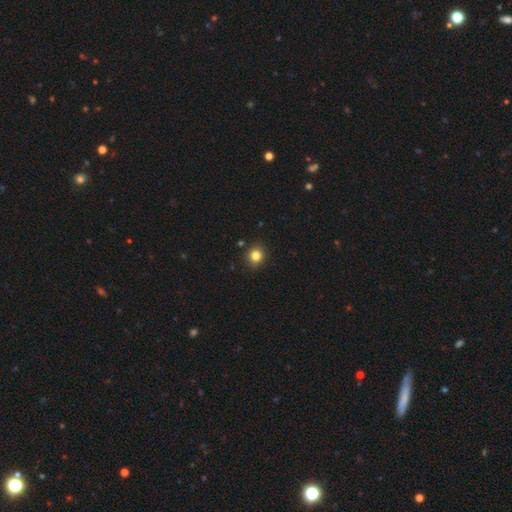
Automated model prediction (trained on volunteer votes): Morphology: type=smooth (82%); roundness=round (84%); merging=none (89%).